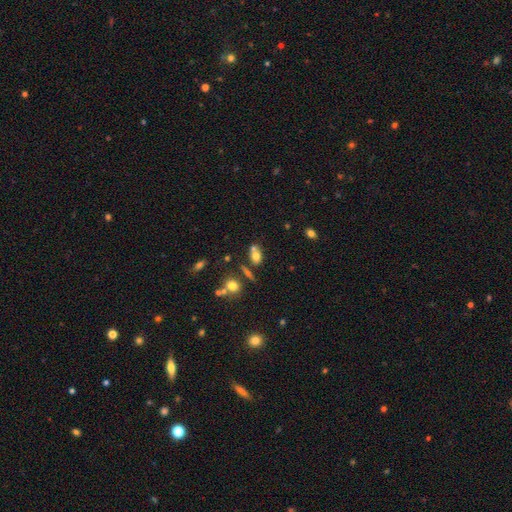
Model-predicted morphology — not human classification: A smooth galaxy with no disk features (68%) that is in between round and cigar-shaped (67%). Merging: none (42%).